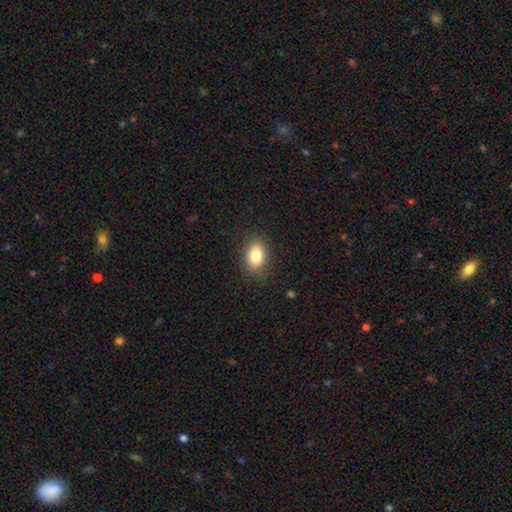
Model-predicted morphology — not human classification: This appears to be a smooth galaxy with no disk features (82%) that is in between round and cigar-shaped (80%). Merging: none (87%).